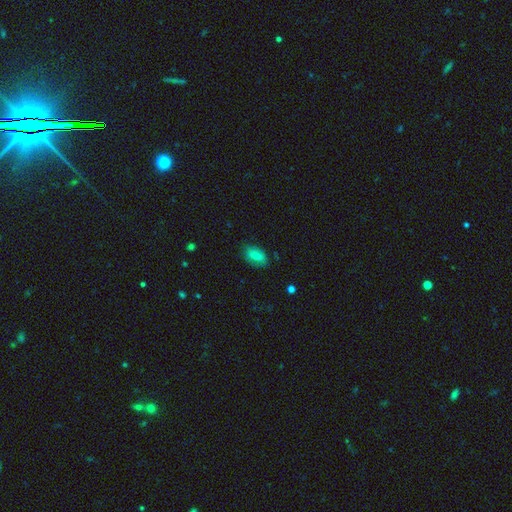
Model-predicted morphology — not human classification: This appears to be a smooth galaxy with no disk features (70%) that is in between round and cigar-shaped (89%). Merging: none (78%).